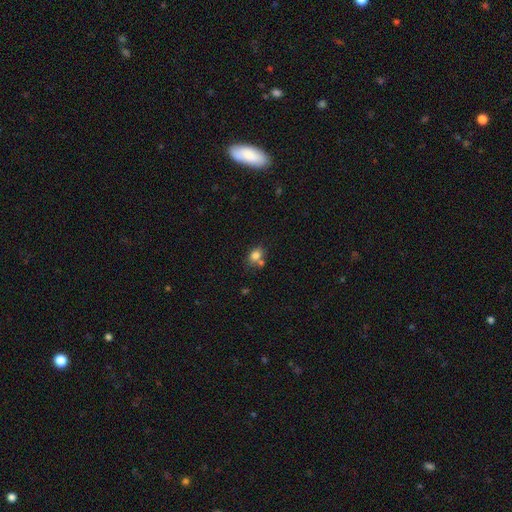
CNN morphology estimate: Overall: smooth (79%). How rounded: in between (61%; round 38%). Merging: none (54%; merger 26%).